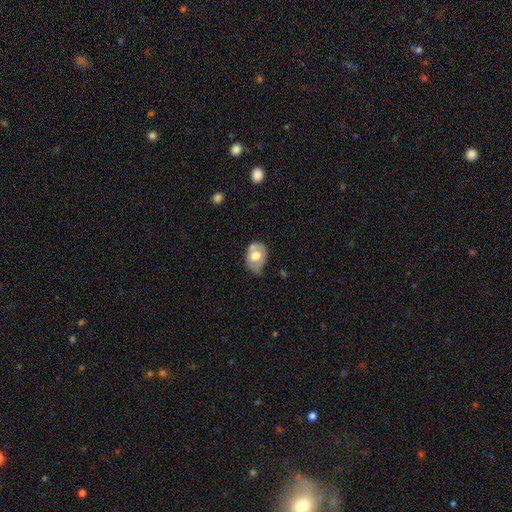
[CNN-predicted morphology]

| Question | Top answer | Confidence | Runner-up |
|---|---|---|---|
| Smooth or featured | smooth | 56% | featured or disk (37%) |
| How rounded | in between | 74% | round (25%) |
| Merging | none | 46% | minor disturbance (35%) |